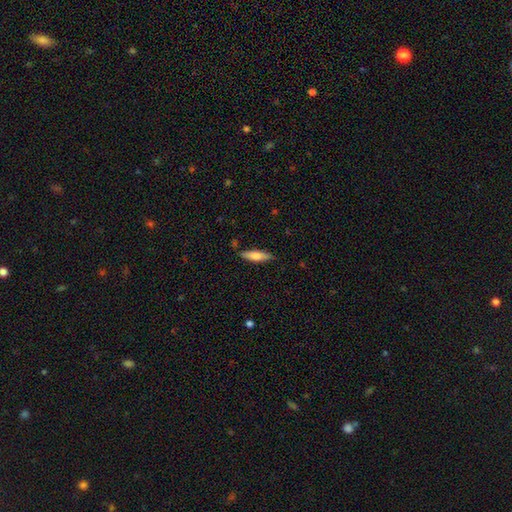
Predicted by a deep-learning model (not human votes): Q: Smooth or featured?
A: smooth (63%); runner-up: featured or disk (31%)
Q: How rounded?
A: cigar-shaped (63%); runner-up: in between (35%)
Q: Merging?
A: none (84%); runner-up: minor disturbance (12%)